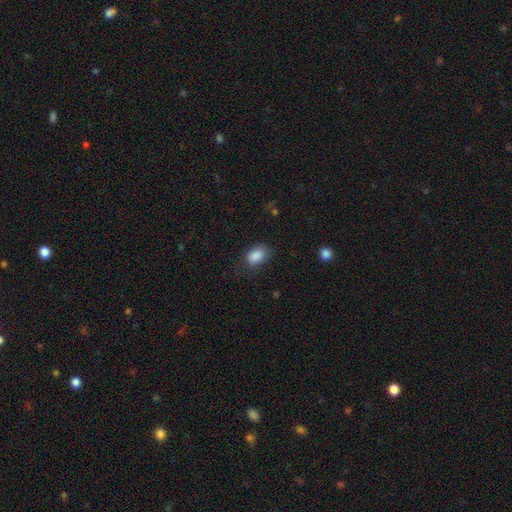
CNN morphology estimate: This is clearly a smooth galaxy (87%). How rounded: clearly in between (83%). Merging: likely none (76%).